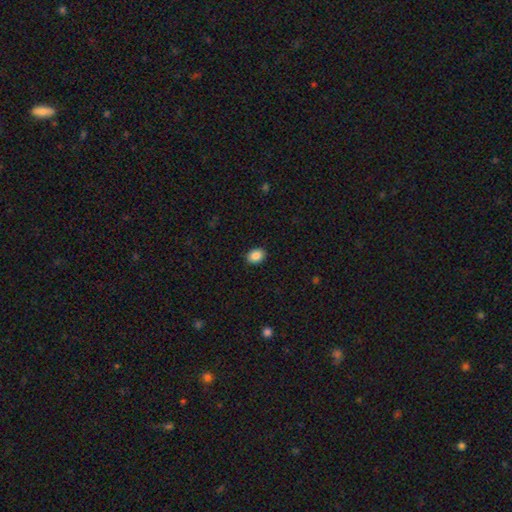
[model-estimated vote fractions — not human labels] This appears to be a smooth galaxy with no disk features (88%) that is in between round and cigar-shaped (67%). Merging: none (90%).